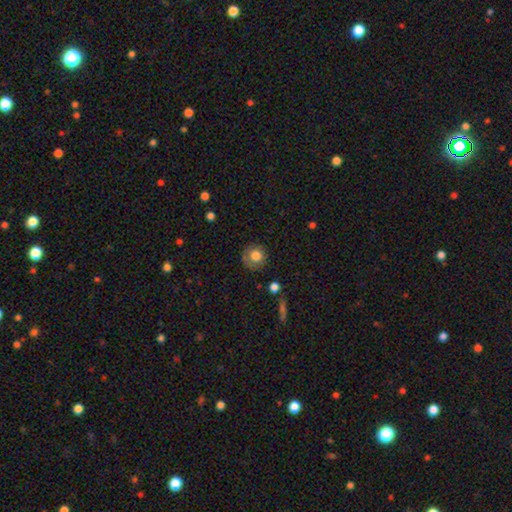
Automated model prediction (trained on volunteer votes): The model was most divided on "merging": none: 75%, minor disturbance: 17%, major disturbance: 6%, merger: 2%. More confident: how rounded — round (90%); smooth or featured — smooth (78%).